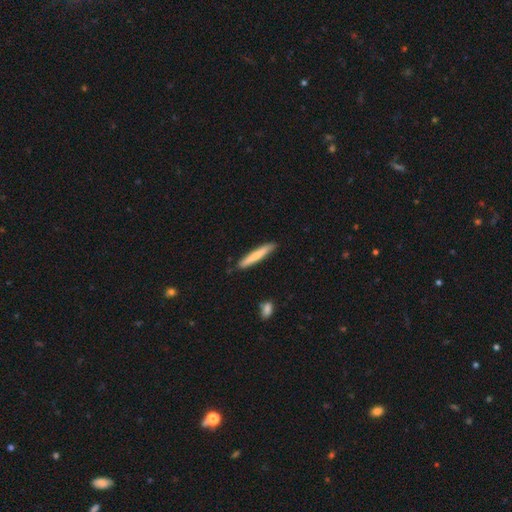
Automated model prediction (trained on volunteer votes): This is likely a smooth galaxy (70%). How rounded: clearly cigar-shaped (94%). Merging: clearly none (88%).